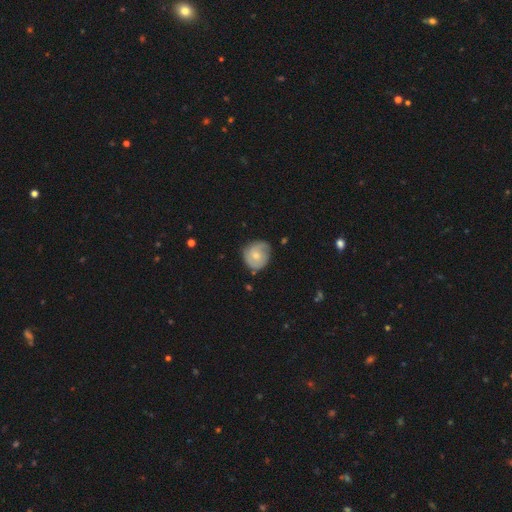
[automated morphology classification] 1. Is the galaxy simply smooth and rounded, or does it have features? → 48% featured or disk, 46% smooth, 6% star or artifact.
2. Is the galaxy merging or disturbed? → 70% none, 23% minor disturbance, 5% major disturbance, 2% merger.